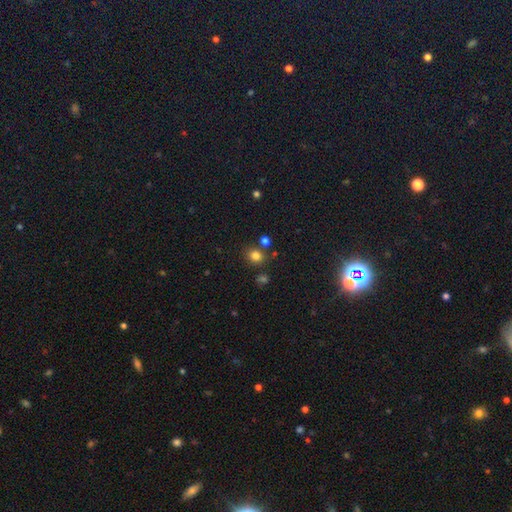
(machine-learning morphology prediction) Smooth or featured: smooth — 80% (star or artifact — 15%)
How rounded: round — 71% (in between — 28%)
Merging: none — 78% (minor disturbance — 10%)